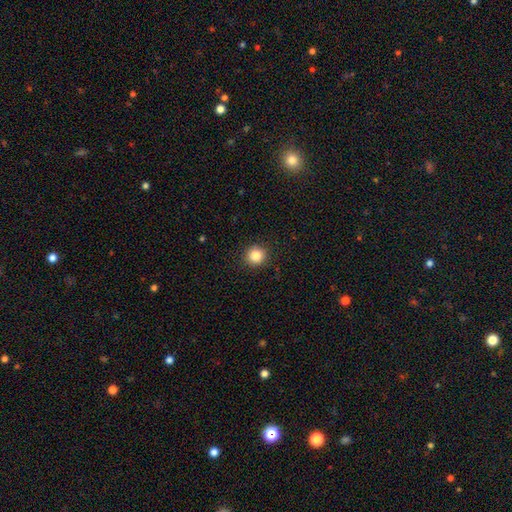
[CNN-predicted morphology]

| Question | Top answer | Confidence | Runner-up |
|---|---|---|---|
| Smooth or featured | smooth | 85% | star or artifact (11%) |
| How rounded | round | 93% | in between (6%) |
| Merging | none | 92% | minor disturbance (5%) |